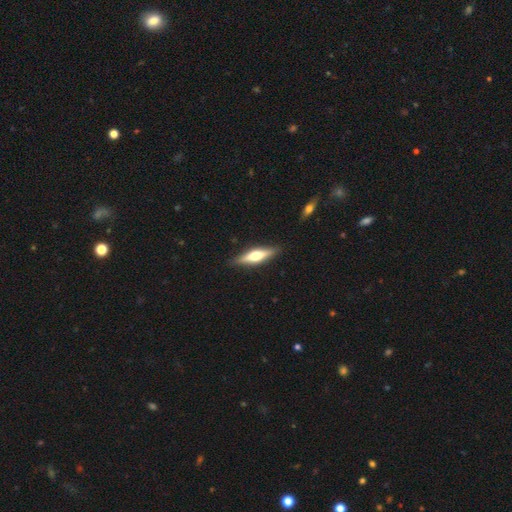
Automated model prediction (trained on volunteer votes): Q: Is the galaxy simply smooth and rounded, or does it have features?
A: featured or disk — 56%.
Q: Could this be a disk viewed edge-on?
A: yes — 94%.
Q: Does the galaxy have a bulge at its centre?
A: rounded — 92%.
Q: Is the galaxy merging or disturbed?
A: none — 89%.